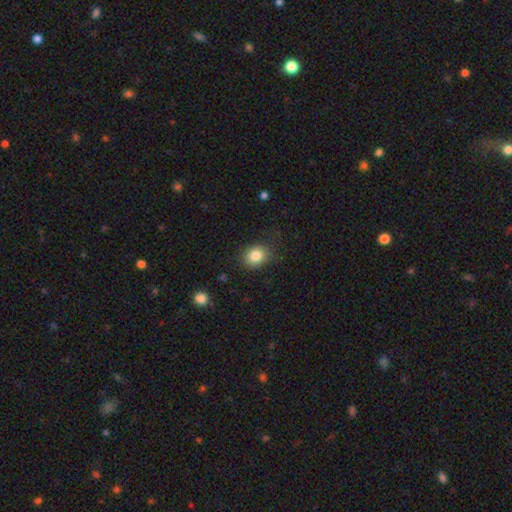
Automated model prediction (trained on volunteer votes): This is clearly a smooth galaxy (84%). How rounded: possibly round (53%). Merging: likely none (79%).